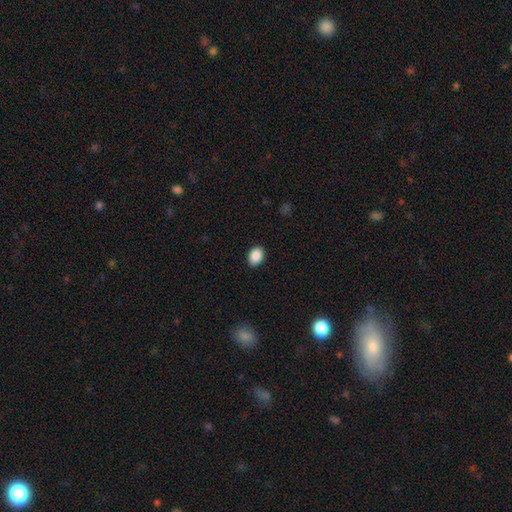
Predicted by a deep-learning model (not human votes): A smooth galaxy with no disk features (89%) that is in between round and cigar-shaped (76%). Merging: none (89%).